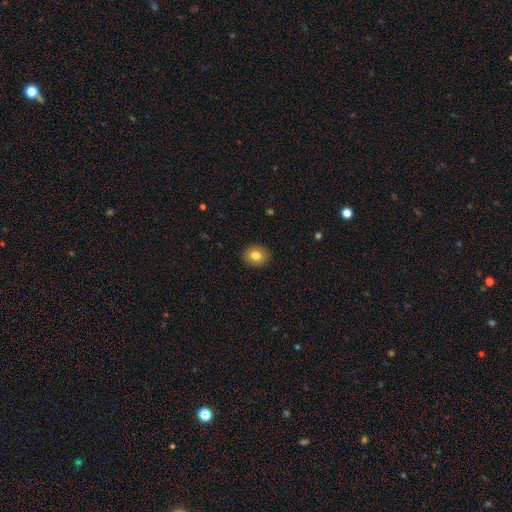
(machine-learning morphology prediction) Smooth or featured?
  - smooth: 81% *
  - featured or disk: 10%
  - star or artifact: 9%
How rounded?
  - round: 67% *
  - in between: 33%
  - cigar-shaped: 1%
Merging?
  - none: 91% *
  - minor disturbance: 7%
  - major disturbance: 2%
  - merger: 1%